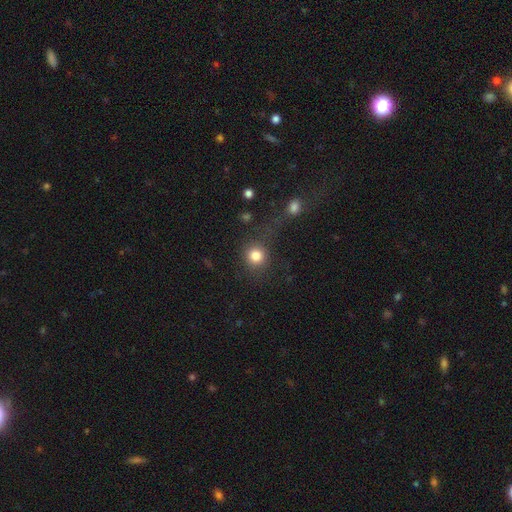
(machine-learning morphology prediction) smooth_or_featured: smooth (p=0.83) [alt: star or artifact p=0.11]
how_rounded: round (p=0.89) [alt: in between p=0.10]
merging: none (p=0.69) [alt: minor disturbance p=0.12]